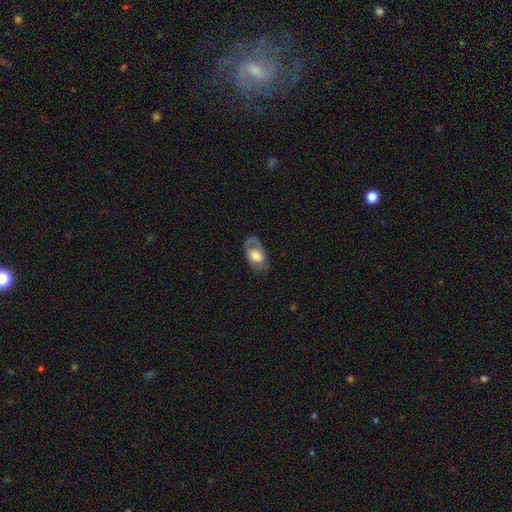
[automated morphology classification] This is possibly a smooth galaxy (52%). How rounded: clearly in between (88%). Merging: likely none (62%).